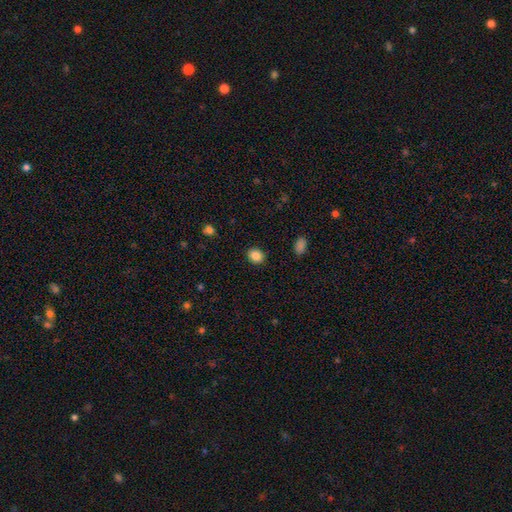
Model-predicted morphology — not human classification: type=smooth (86%); roundness=round (64%); merging=none (90%).